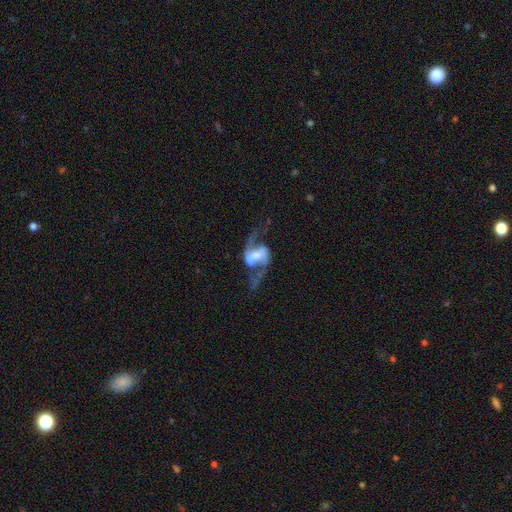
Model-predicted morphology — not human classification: type=featured or disk (87%); edge-on=no (96%); bar=weak (38%); spiral arms=yes (94%); winding=loose (62%); arm count=2 (93%); bulge=moderate (40%); merging=none (64%).